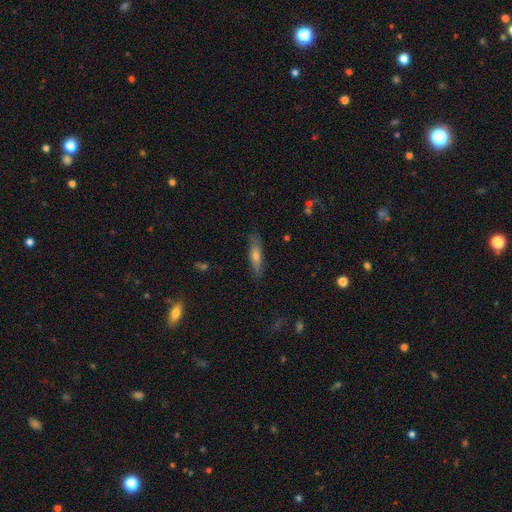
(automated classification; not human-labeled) A smooth galaxy with no disk features (55%) that is cigar-shaped (78%).

Vote fractions:
- Smooth or featured? smooth: 55% / featured or disk: 38% / star or artifact: 8%
- How rounded? cigar-shaped: 78% / in between: 20% / round: 2%
- Merging? none: 85% / minor disturbance: 12% / major disturbance: 2% / merger: 1%